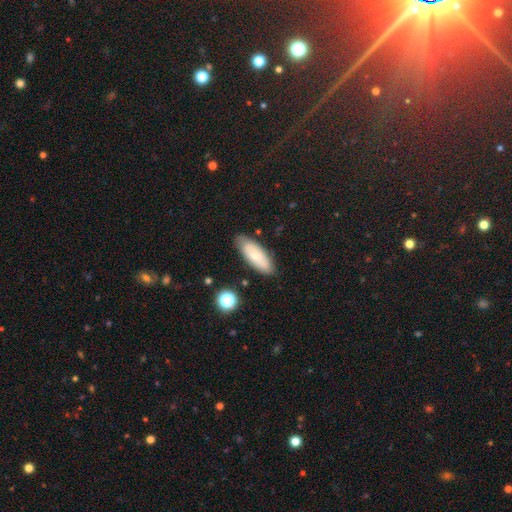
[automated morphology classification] The model was most divided on "smooth or featured": smooth: 65%, featured or disk: 27%, star or artifact: 7%. More confident: merging — none (80%); how rounded — in between (72%).